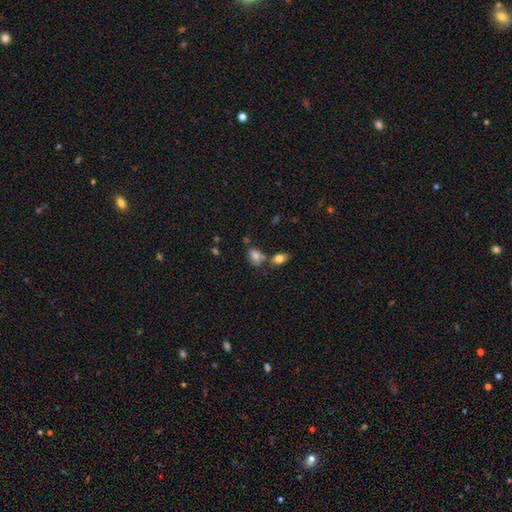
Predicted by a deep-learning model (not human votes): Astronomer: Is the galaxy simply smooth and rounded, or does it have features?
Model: smooth — 79%.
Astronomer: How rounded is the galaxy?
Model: in between — 80%.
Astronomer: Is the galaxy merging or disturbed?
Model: none — 54%.